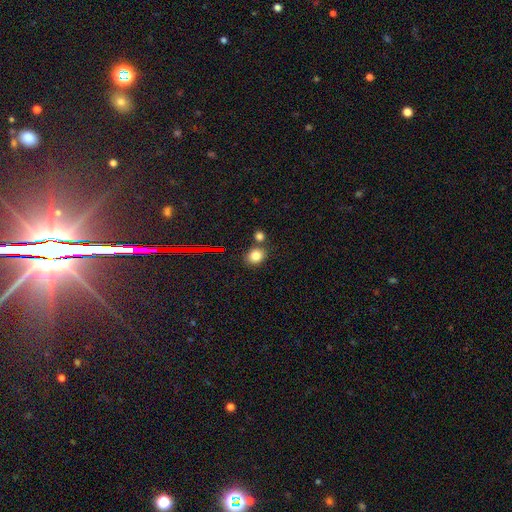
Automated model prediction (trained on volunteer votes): Smooth or featured: smooth — 80% (star or artifact — 13%)
How rounded: round — 65% (in between — 34%)
Merging: none — 68% (merger — 19%)